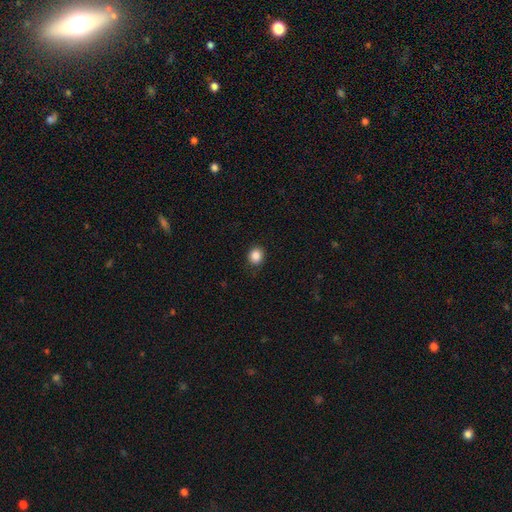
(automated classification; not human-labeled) Q: Smooth or featured?
A: smooth (86%); runner-up: star or artifact (10%)
Q: How rounded?
A: round (80%); runner-up: in between (19%)
Q: Merging?
A: none (88%); runner-up: minor disturbance (9%)